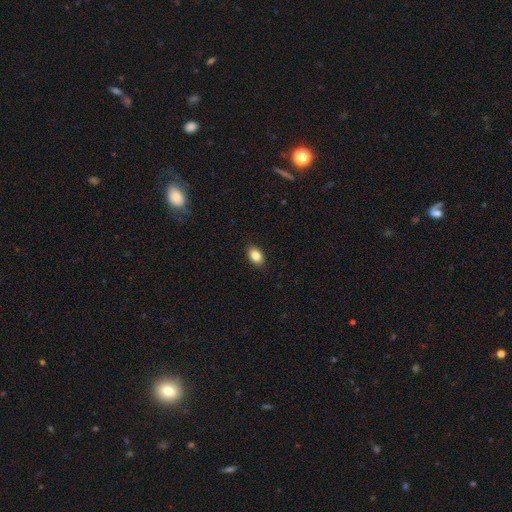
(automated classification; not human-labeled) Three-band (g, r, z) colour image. It shows a smooth galaxy with no disk features (85%) that is in between round and cigar-shaped (82%). Merging: none (89%).